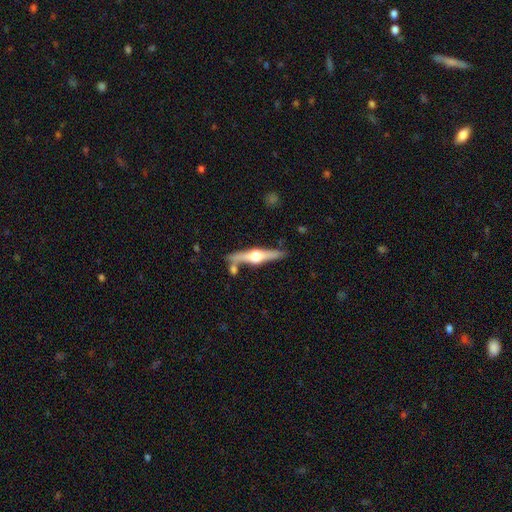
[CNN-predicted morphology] Q: Smooth or featured?
A: featured or disk (73%); runner-up: smooth (22%)
Q: Edge-on disk?
A: yes (97%); runner-up: no (3%)
Q: Edge-on bulge?
A: rounded (96%); runner-up: boxy (3%)
Q: Merging?
A: none (76%); runner-up: minor disturbance (12%)